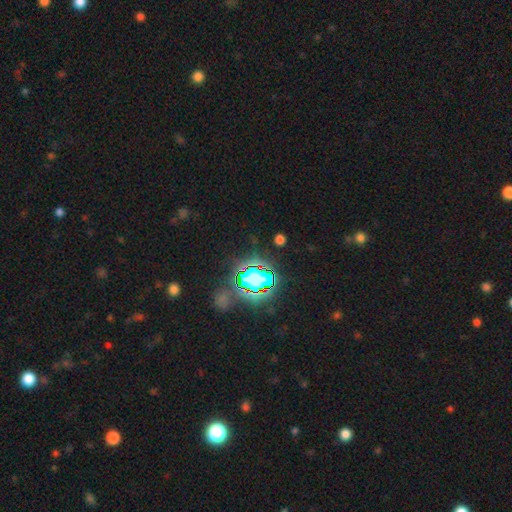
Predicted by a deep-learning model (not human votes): Smooth or featured? star or artifact (78%)